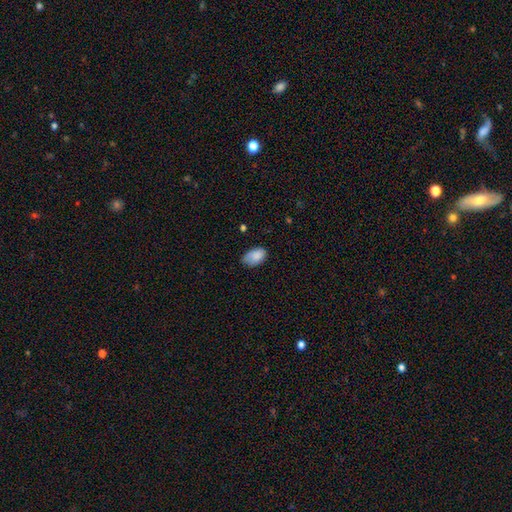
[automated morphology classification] Smooth or featured?
  - smooth: 87% *
  - star or artifact: 7%
  - featured or disk: 6%
How rounded?
  - in between: 92% *
  - round: 7%
  - cigar-shaped: 1%
Merging?
  - none: 66% *
  - minor disturbance: 28%
  - major disturbance: 5%
  - merger: 1%